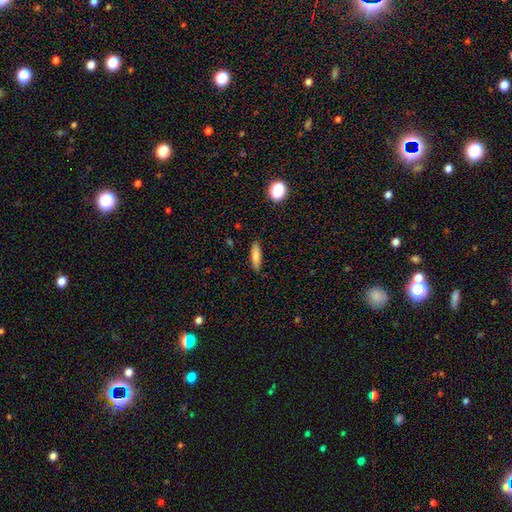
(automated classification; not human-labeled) smooth-or-featured: smooth: 79% | featured or disk: 13% | star or artifact: 8%
  how-rounded: cigar-shaped: 59% | in between: 39% | round: 2%
  merging: none: 85% | minor disturbance: 11% | major disturbance: 2% | merger: 1%